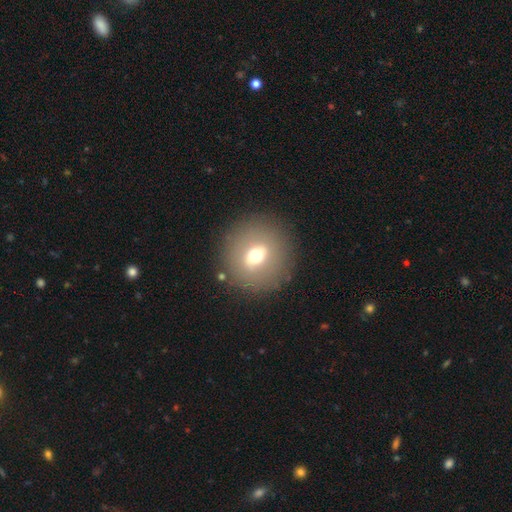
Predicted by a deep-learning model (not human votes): smooth 53%, featured or disk 34%, star or artifact 13%. Down the decision tree: how rounded — round (87%); merging — none (87%).